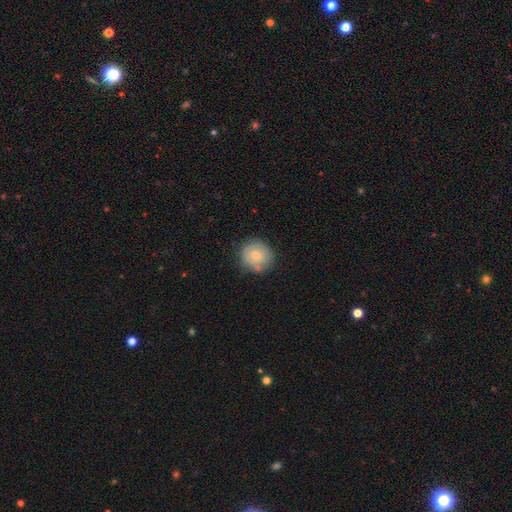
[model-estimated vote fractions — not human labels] Smooth or featured: smooth — 67% (featured or disk — 25%)
How rounded: round — 89% (in between — 10%)
Merging: none — 75% (minor disturbance — 18%)